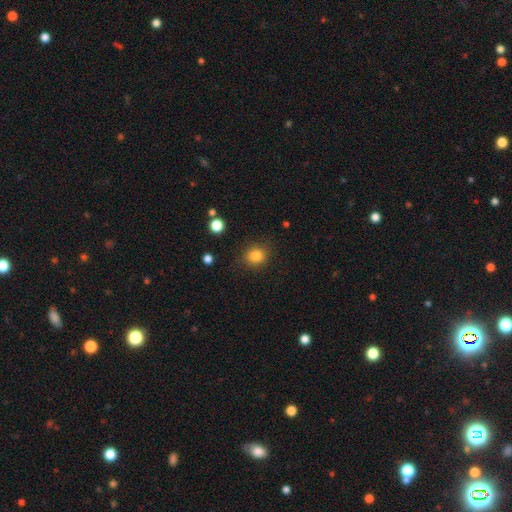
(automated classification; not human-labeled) This is clearly a smooth galaxy (84%). How rounded: likely round (79%). Merging: clearly none (85%).